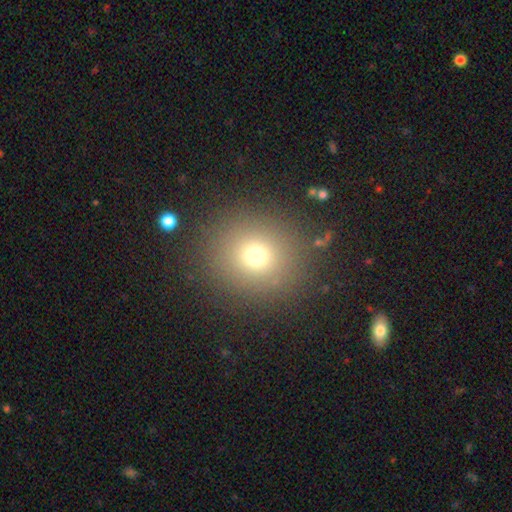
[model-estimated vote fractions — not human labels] The model was most divided on "smooth or featured": smooth: 71%, star or artifact: 18%, featured or disk: 11%. More confident: how rounded — round (90%); merging — none (86%).